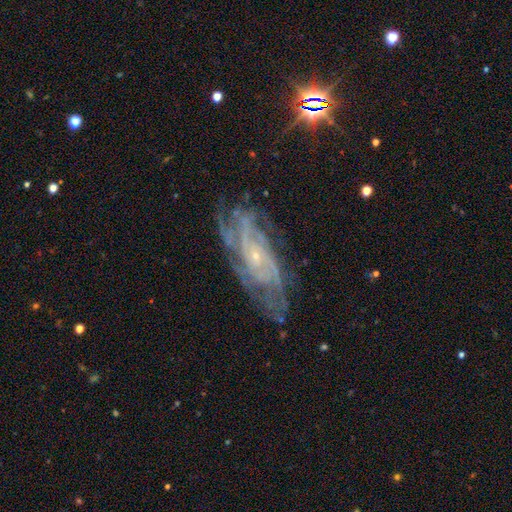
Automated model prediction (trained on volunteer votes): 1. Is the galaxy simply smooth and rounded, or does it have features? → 82% featured or disk, 10% star or artifact, 8% smooth.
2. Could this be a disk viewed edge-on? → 90% no, 10% yes.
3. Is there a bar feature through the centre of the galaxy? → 69% no, 24% weak, 7% strong.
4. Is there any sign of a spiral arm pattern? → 94% yes, 6% no.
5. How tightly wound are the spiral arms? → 61% tight, 31% medium, 8% loose.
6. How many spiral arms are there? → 40% can't tell, 16% 4, 14% 3, 13% 2, 10% more than 4, 6% 1.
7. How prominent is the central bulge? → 82% small, 13% moderate, 4% none, 1% large, 1% dominant.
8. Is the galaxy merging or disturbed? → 69% none, 19% minor disturbance, 9% major disturbance, 2% merger.